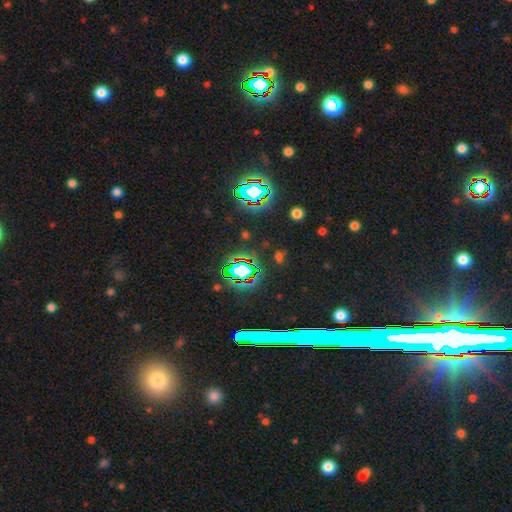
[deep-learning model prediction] This is likely a star or artifact rather than a galaxy (69%).